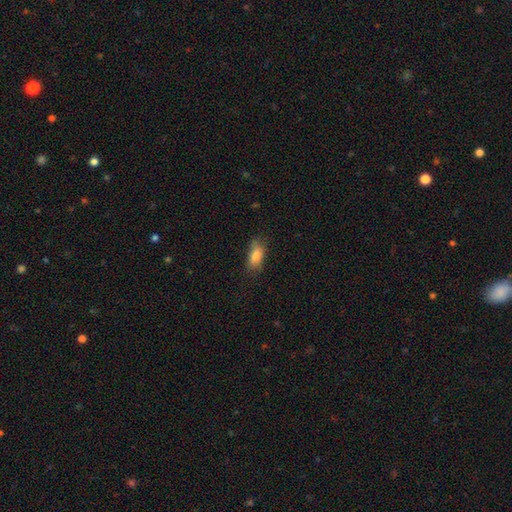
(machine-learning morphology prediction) smooth 82%, featured or disk 10%, star or artifact 9%. Down the decision tree: how rounded — in between (84%); merging — none (66%).